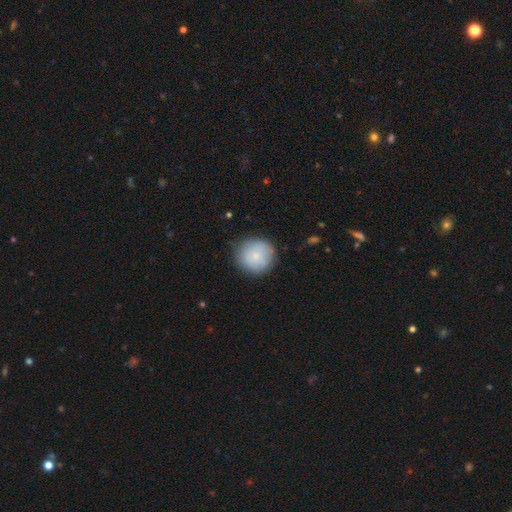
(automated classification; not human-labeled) The model was most divided on "smooth or featured": smooth: 80%, featured or disk: 13%, star or artifact: 7%. More confident: how rounded — round (94%); merging — none (83%).